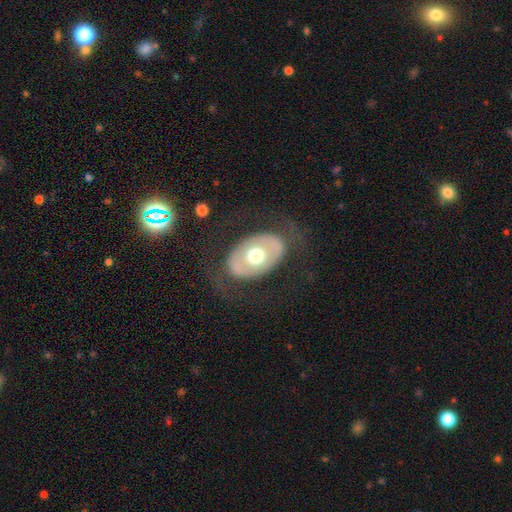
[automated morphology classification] This appears to be a featured or disk galaxy (54%). Merging: none (76%).